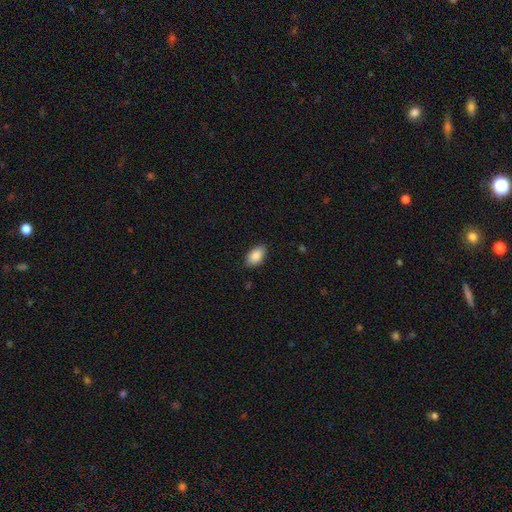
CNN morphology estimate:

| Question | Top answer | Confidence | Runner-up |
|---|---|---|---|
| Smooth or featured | smooth | 89% | star or artifact (7%) |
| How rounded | in between | 93% | round (5%) |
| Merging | none | 85% | minor disturbance (12%) |